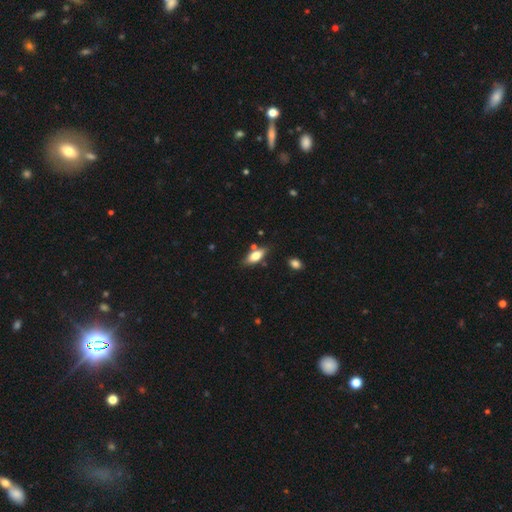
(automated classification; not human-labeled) A smooth galaxy with no disk features (70%) that is in between round and cigar-shaped (77%).

Vote fractions:
- Smooth or featured? smooth: 70% / featured or disk: 23% / star or artifact: 7%
- How rounded? in between: 77% / cigar-shaped: 20% / round: 3%
- Merging? none: 75% / minor disturbance: 15% / merger: 7% / major disturbance: 3%